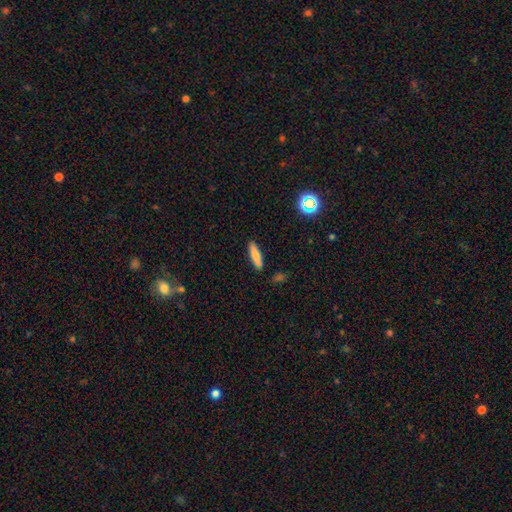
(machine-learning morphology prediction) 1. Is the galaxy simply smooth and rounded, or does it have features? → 78% smooth, 15% featured or disk, 8% star or artifact.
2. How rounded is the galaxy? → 80% cigar-shaped, 18% in between, 2% round.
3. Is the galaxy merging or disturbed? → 88% none, 8% minor disturbance, 2% major disturbance, 2% merger.